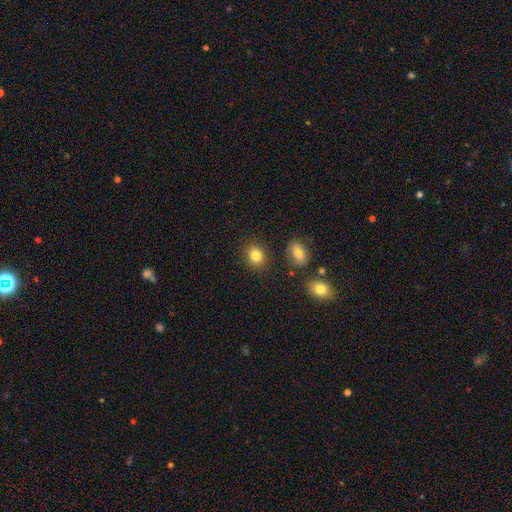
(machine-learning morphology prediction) This is clearly a smooth galaxy (83%). How rounded: likely round (73%). Merging: clearly none (85%).